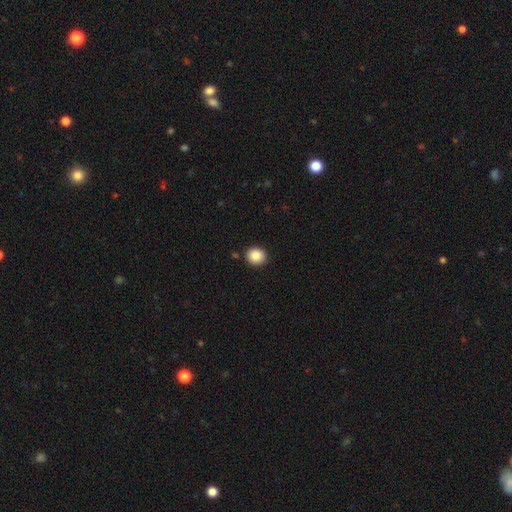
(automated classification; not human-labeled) smooth-or-featured: smooth: 87% | star or artifact: 9% | featured or disk: 4%
  how-rounded: round: 83% | in between: 16% | cigar-shaped: 1%
  merging: none: 90% | minor disturbance: 6% | merger: 2% | major disturbance: 2%